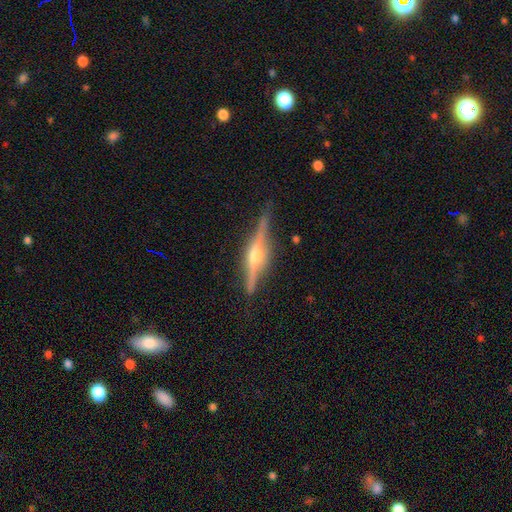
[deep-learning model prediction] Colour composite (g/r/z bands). It shows a featured or disk galaxy (85%) viewed edge-on (98%) with a rounded central bulge (90%). Merging: none (85%).